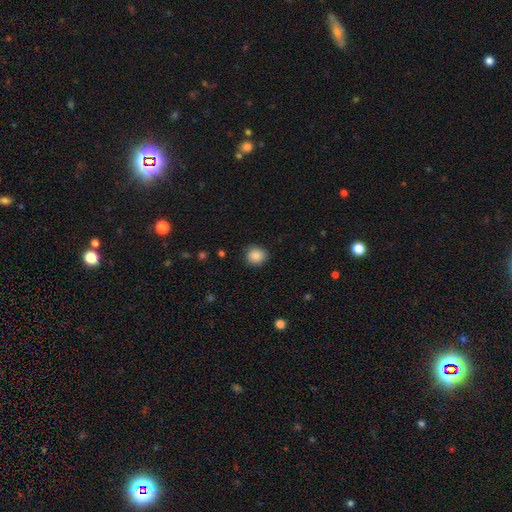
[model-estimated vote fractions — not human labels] smooth 88%, star or artifact 9%, featured or disk 4%. Down the decision tree: how rounded — round (83%); merging — none (86%).